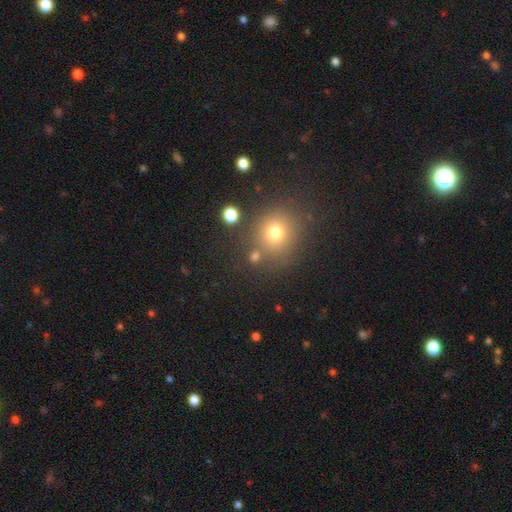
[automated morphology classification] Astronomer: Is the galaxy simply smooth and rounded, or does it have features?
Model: smooth — 68%.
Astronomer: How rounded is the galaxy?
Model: round — 85%.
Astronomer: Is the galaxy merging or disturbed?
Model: none — 79%.